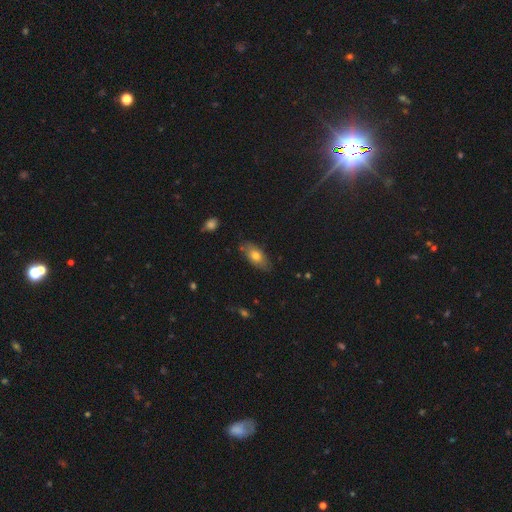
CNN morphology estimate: Smooth or featured? smooth (68%)
How rounded? in between (87%)
Merging? none (78%)